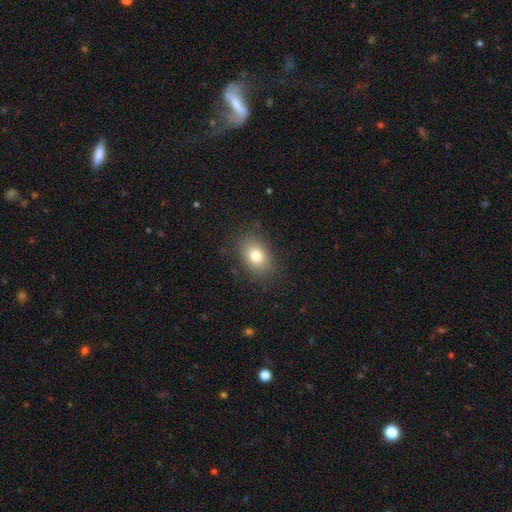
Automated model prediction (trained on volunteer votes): Q: Smooth or featured?
A: smooth (80%); runner-up: featured or disk (10%)
Q: How rounded?
A: in between (76%); runner-up: round (23%)
Q: Merging?
A: none (84%); runner-up: minor disturbance (11%)